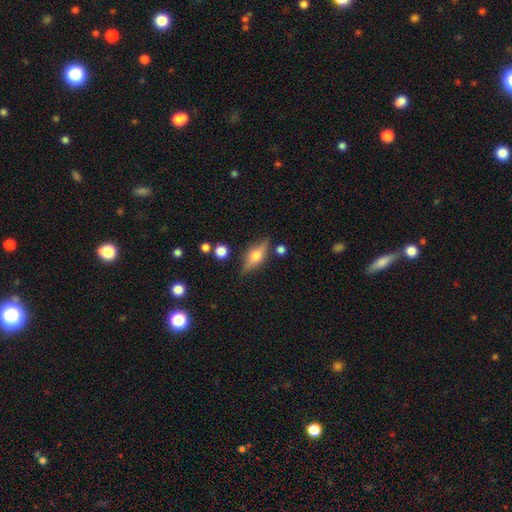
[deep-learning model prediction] Smooth or featured? featured or disk (55%)
Edge-on disk? yes (91%)
Edge-on bulge? rounded (91%)
Merging? none (80%)